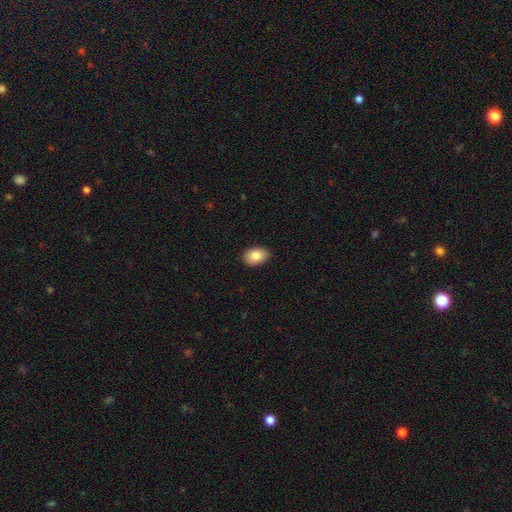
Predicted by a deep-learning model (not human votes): Smooth or featured? smooth (84%)
How rounded? in between (87%)
Merging? none (87%)